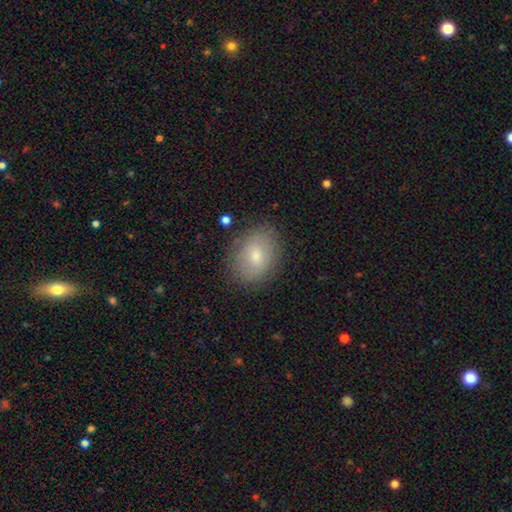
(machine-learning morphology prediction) type=smooth (74%); roundness=in between (69%); merging=none (83%).